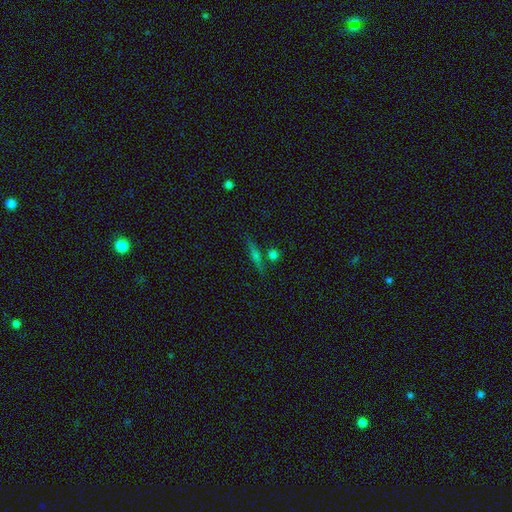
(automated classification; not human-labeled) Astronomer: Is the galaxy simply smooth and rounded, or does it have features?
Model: featured or disk — 48% (runner-up: smooth, 36%).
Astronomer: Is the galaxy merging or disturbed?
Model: none — 80%.